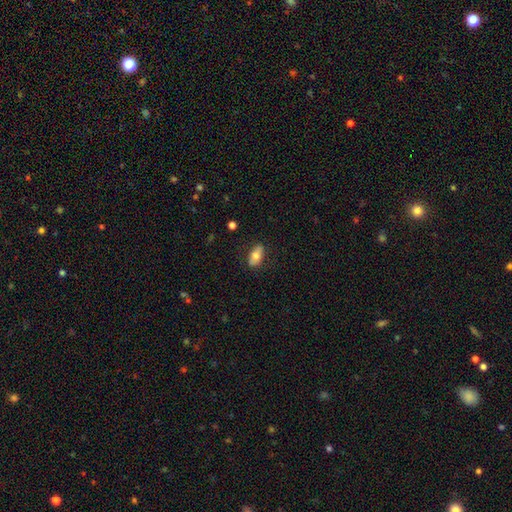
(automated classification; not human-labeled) Q: Smooth or featured?
A: smooth (70%); runner-up: featured or disk (24%)
Q: How rounded?
A: in between (86%); runner-up: cigar-shaped (9%)
Q: Merging?
A: none (81%); runner-up: minor disturbance (14%)